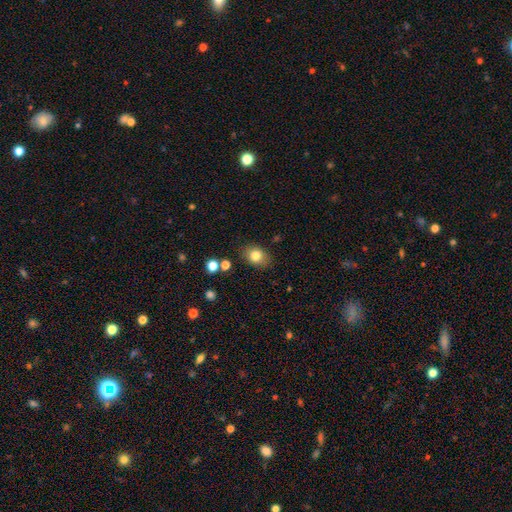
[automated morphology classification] smooth_or_featured: smooth (p=0.81) [alt: star or artifact p=0.10]
how_rounded: in between (p=0.65) [alt: round p=0.34]
merging: none (p=0.81) [alt: minor disturbance p=0.12]